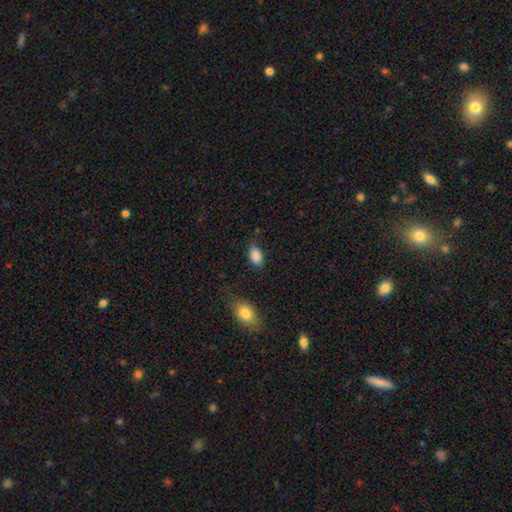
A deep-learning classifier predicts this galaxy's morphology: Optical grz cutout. It shows a smooth galaxy with no disk features (87%) that is in between round and cigar-shaped (90%). Merging: none (73%).